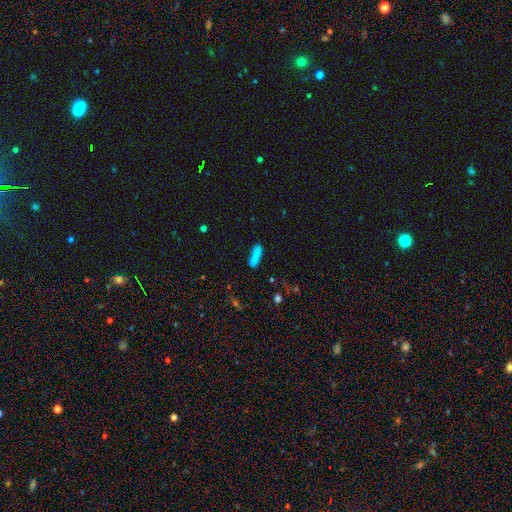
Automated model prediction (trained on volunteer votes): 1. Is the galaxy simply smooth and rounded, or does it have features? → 85% smooth, 9% star or artifact, 6% featured or disk.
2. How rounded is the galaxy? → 56% cigar-shaped, 42% in between, 2% round.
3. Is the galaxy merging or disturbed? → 82% none, 13% minor disturbance, 3% major disturbance, 2% merger.